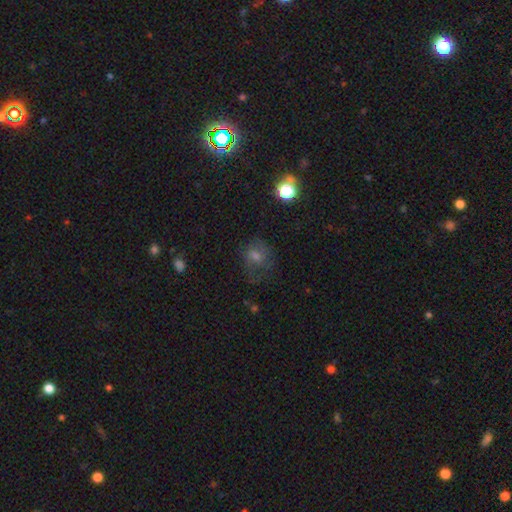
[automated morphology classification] smooth-or-featured: smooth: 43% | featured or disk: 30% | star or artifact: 27%
  merging: none: 59% | minor disturbance: 21% | major disturbance: 17% | merger: 2%